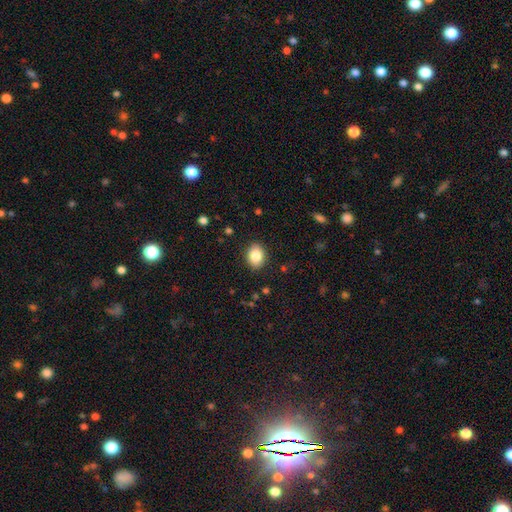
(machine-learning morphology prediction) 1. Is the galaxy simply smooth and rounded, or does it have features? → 85% smooth, 8% star or artifact, 7% featured or disk.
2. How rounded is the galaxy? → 62% in between, 38% round, 1% cigar-shaped.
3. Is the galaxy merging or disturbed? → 88% none, 8% minor disturbance, 2% major disturbance, 1% merger.